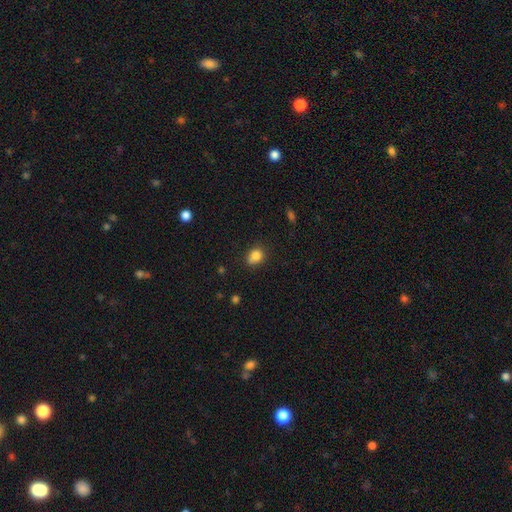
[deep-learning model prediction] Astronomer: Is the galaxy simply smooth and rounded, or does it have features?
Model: smooth — 81%.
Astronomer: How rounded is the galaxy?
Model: round — 63%.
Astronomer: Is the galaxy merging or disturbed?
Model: none — 57%.